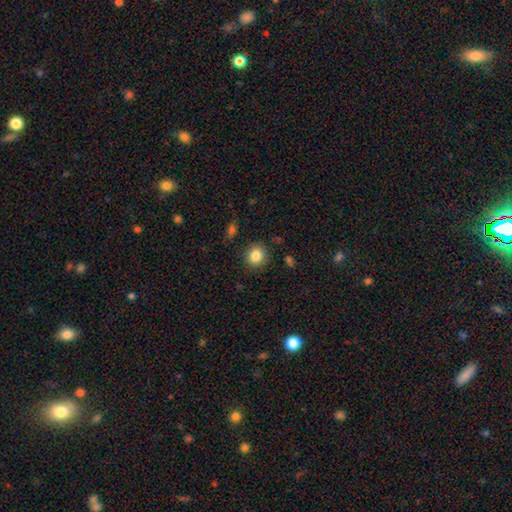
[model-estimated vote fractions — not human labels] A smooth galaxy with no disk features (85%) that is round (83%).

Vote fractions:
- Smooth or featured? smooth: 85% / star or artifact: 10% / featured or disk: 5%
- How rounded? round: 83% / in between: 16% / cigar-shaped: 1%
- Merging? none: 88% / minor disturbance: 8% / major disturbance: 3% / merger: 1%